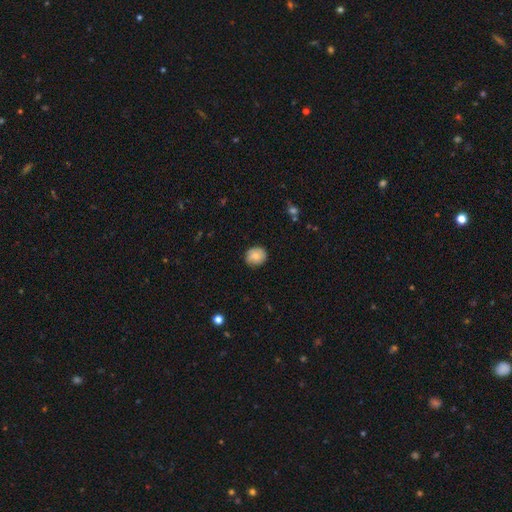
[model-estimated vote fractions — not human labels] smooth-or-featured: smooth: 72% | featured or disk: 20% | star or artifact: 8%
  how-rounded: round: 79% | in between: 20% | cigar-shaped: 1%
  merging: none: 78% | minor disturbance: 17% | major disturbance: 3% | merger: 1%